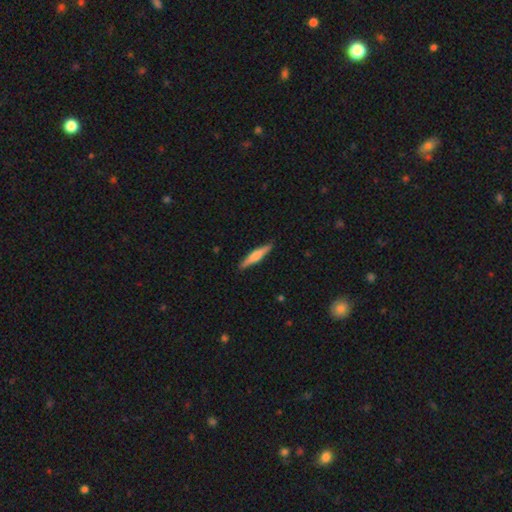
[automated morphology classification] Smooth or featured? Predicted: smooth (p=0.52). How rounded? Predicted: cigar-shaped (p=0.88). Merging? Predicted: none (p=0.89).